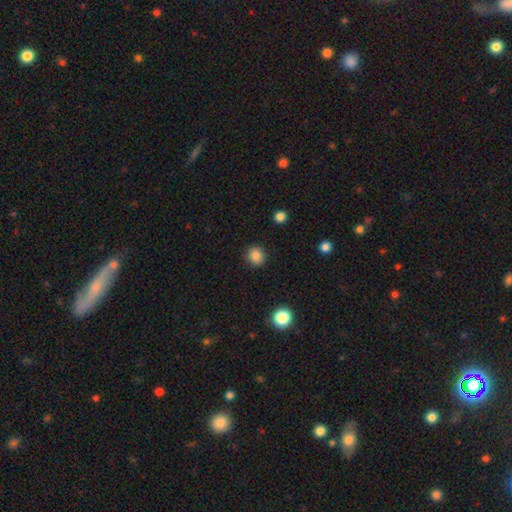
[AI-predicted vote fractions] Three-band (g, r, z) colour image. It shows a smooth galaxy with no disk features (86%) that is round (86%). Merging: none (90%).